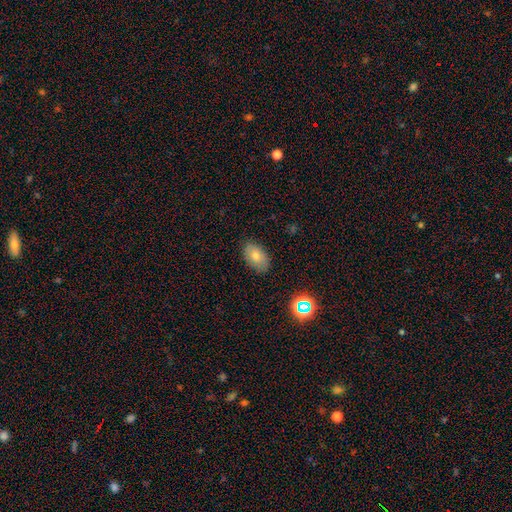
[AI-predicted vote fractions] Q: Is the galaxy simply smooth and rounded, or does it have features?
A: smooth — 69%.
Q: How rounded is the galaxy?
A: in between — 89%.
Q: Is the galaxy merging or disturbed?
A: none — 84%.